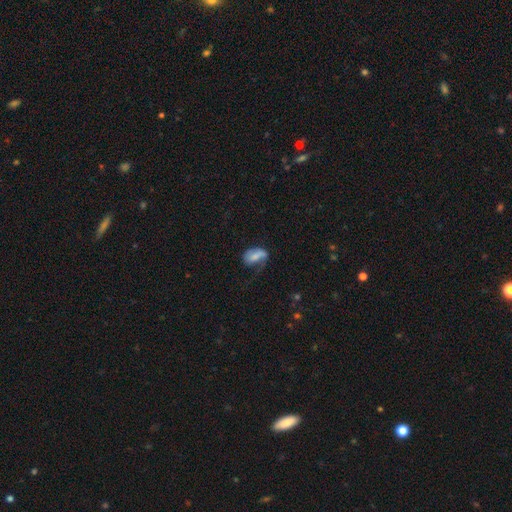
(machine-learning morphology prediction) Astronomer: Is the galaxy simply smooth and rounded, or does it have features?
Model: smooth — 58% (runner-up: featured or disk, 33%).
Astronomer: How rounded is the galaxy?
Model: in between — 87%.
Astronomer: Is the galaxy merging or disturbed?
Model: major disturbance — 37% (runner-up: none, 33%).